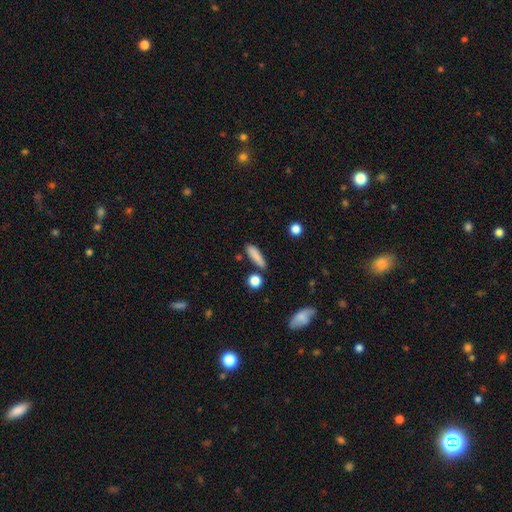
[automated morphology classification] smooth-or-featured: smooth: 82% | featured or disk: 10% | star or artifact: 8%
  how-rounded: cigar-shaped: 67% | in between: 29% | round: 4%
  merging: none: 76% | minor disturbance: 14% | merger: 6% | major disturbance: 4%